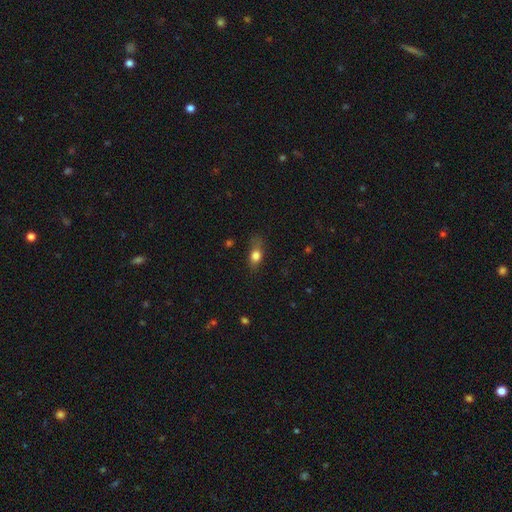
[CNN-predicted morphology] This is likely a smooth galaxy (78%). How rounded: likely in between (66%). Merging: possibly none (53%).